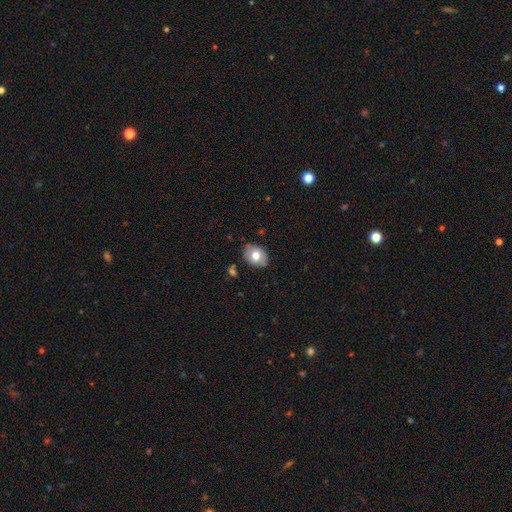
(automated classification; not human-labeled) Overall: smooth (71%). How rounded: in between (62%; round 37%). Merging: none (82%).